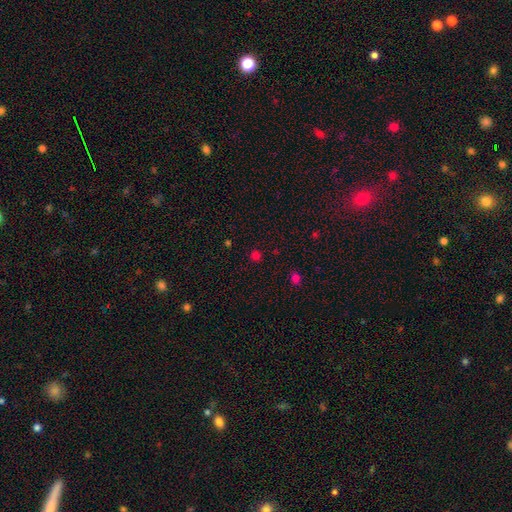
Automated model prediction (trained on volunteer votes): smooth 70%, star or artifact 26%, featured or disk 4%. Down the decision tree: how rounded — round (91%); merging — none (88%).